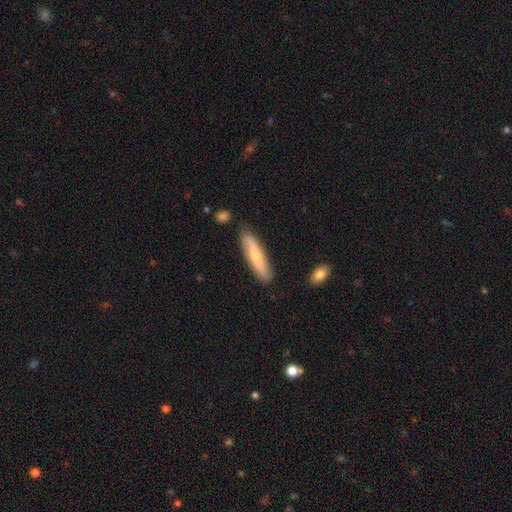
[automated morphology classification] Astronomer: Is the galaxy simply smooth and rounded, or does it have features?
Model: smooth — 61%.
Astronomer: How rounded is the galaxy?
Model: cigar-shaped — 80%.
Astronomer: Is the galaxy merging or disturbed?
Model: none — 81%.